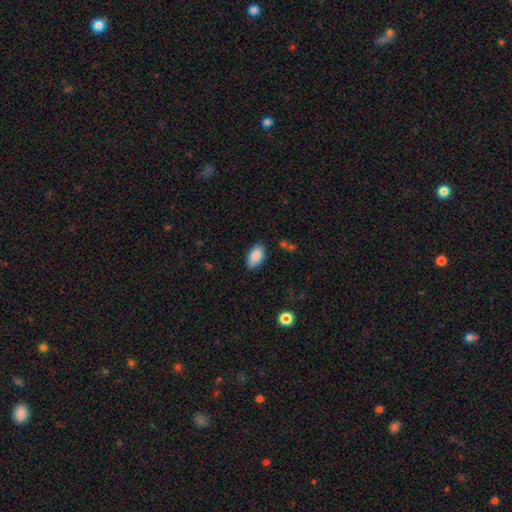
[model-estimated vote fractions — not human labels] Smooth or featured? Predicted: smooth (p=0.89). How rounded? Predicted: in between (p=0.95). Merging? Predicted: none (p=0.82).